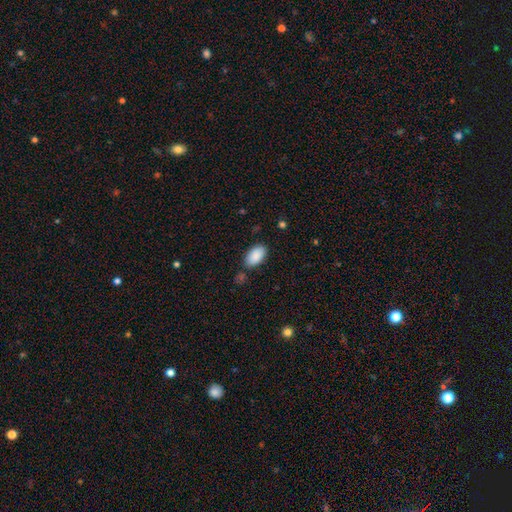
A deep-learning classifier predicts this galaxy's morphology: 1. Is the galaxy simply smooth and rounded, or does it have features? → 90% smooth, 6% star or artifact, 4% featured or disk.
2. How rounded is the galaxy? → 95% in between, 3% round, 2% cigar-shaped.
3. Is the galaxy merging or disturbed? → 79% none, 14% minor disturbance, 4% merger, 3% major disturbance.